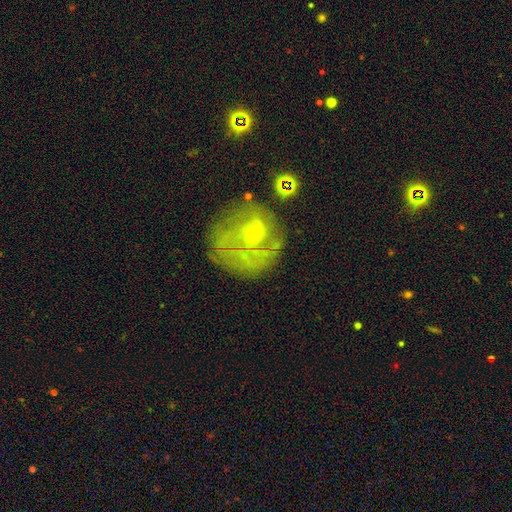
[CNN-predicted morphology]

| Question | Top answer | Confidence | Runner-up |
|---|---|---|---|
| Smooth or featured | featured or disk | 52% | smooth (28%) |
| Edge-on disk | no | 96% | yes (4%) |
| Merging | none | 56% | minor disturbance (20%) |